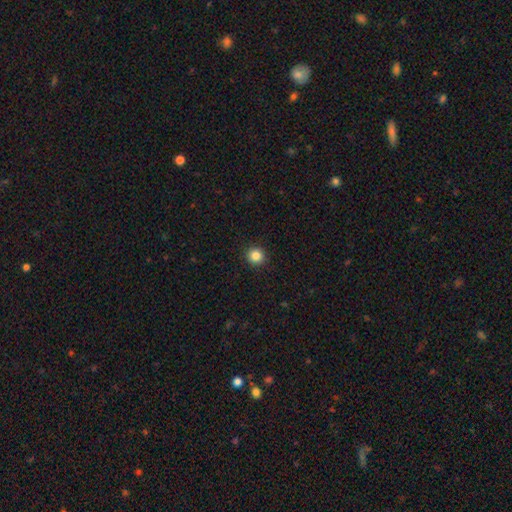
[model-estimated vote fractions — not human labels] Overall: smooth (85%). How rounded: round (95%). Merging: none (93%).